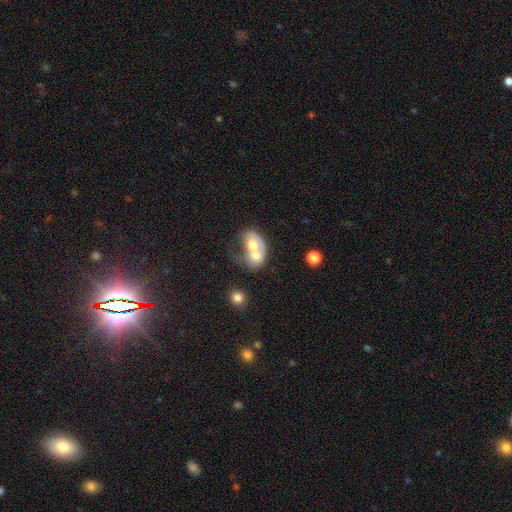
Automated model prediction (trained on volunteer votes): Overall: smooth (54%; featured or disk 39%). How rounded: in between (66%; round 33%). Merging: merger (77%).